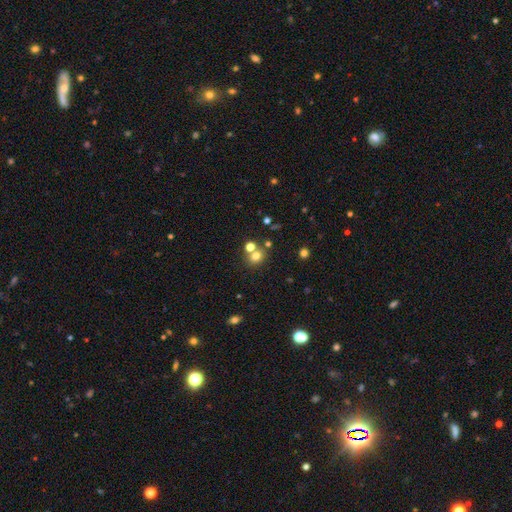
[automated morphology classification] The model was most divided on "merging": none: 58%, merger: 30%, minor disturbance: 9%, major disturbance: 4%. More confident: how rounded — round (71%); smooth or featured — smooth (71%).